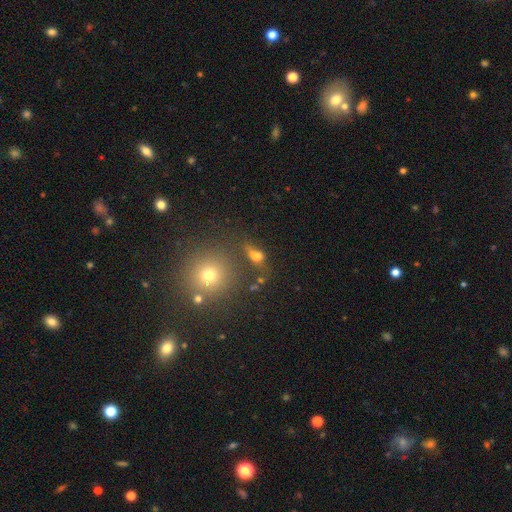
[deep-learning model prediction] A smooth galaxy with no disk features (61%) that is in between round and cigar-shaped (54%).

Vote fractions:
- Smooth or featured? smooth: 61% / star or artifact: 22% / featured or disk: 17%
- How rounded? in between: 54% / round: 33% / cigar-shaped: 12%
- Merging? none: 46% / merger: 25% / minor disturbance: 16% / major disturbance: 14%